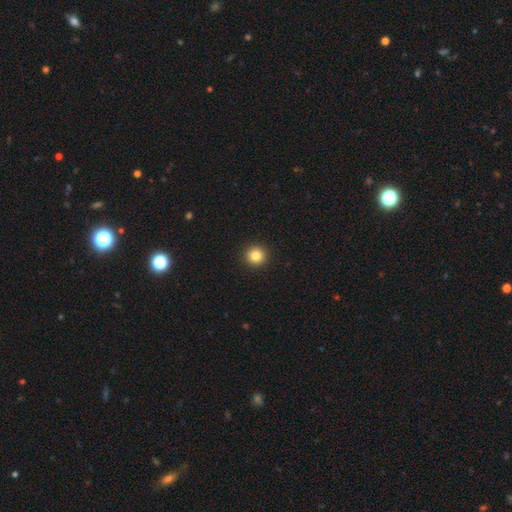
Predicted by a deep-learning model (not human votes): Smooth or featured?
  - smooth: 83% *
  - star or artifact: 11%
  - featured or disk: 5%
How rounded?
  - round: 95% *
  - in between: 4%
  - cigar-shaped: 1%
Merging?
  - none: 94% *
  - minor disturbance: 4%
  - major disturbance: 2%
  - merger: 1%